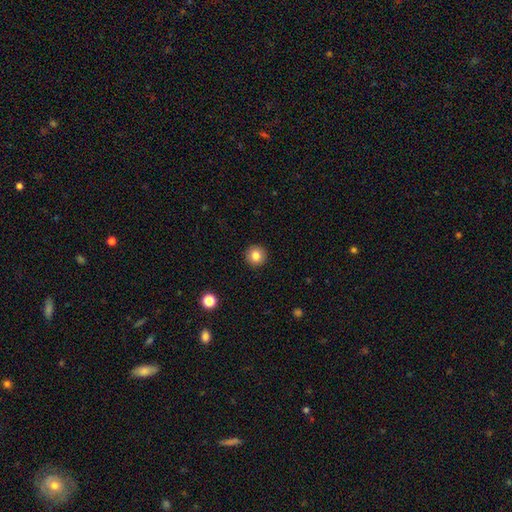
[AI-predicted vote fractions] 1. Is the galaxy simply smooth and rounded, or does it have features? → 83% smooth, 10% star or artifact, 7% featured or disk.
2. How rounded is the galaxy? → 96% round, 3% in between, 1% cigar-shaped.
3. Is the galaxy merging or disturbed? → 93% none, 4% minor disturbance, 2% major disturbance, 1% merger.